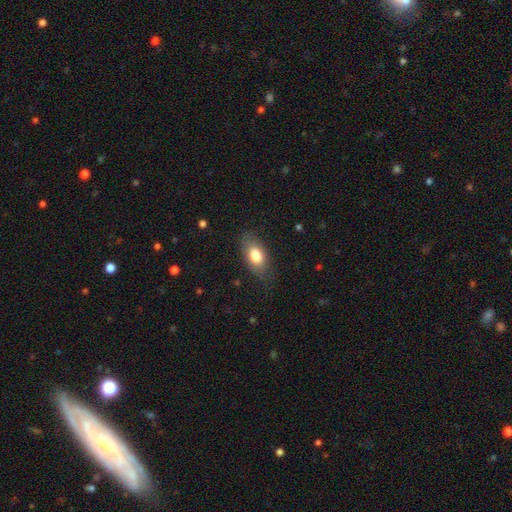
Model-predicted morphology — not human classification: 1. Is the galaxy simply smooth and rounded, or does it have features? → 76% smooth, 17% featured or disk, 7% star or artifact.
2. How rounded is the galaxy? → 89% in between, 6% cigar-shaped, 5% round.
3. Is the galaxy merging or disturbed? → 76% none, 17% minor disturbance, 5% major disturbance, 1% merger.